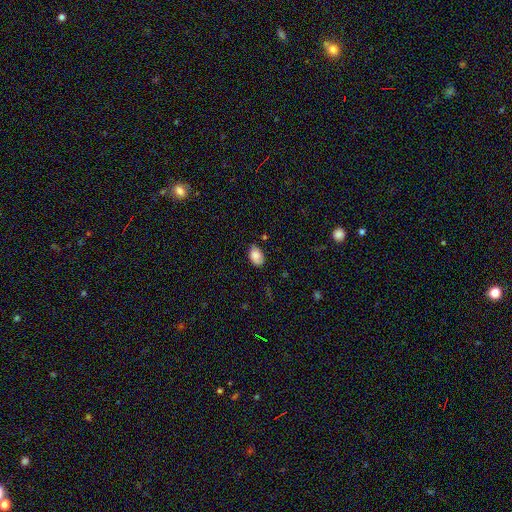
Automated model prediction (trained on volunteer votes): This appears to be a smooth galaxy with no disk features (86%) that is in between round and cigar-shaped (90%). Merging: none (72%).